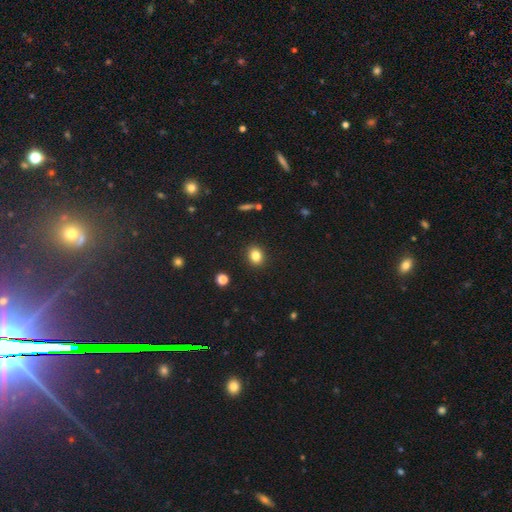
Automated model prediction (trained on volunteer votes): Overall: smooth (82%). How rounded: round (67%; in between 32%). Merging: none (90%).